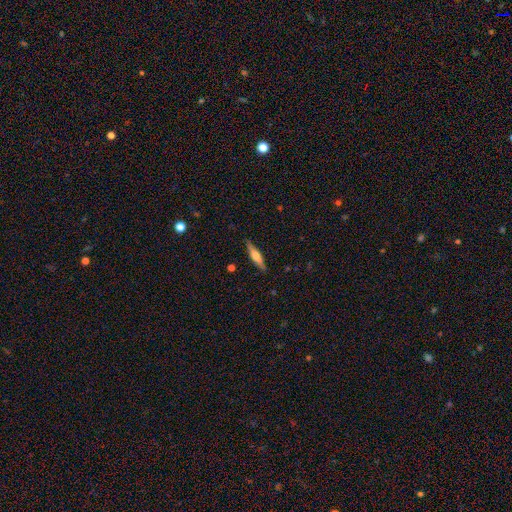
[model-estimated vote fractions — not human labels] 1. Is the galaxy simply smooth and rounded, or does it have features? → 52% featured or disk, 42% smooth, 6% star or artifact.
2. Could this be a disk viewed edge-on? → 95% yes, 5% no.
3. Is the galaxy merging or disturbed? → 88% none, 9% minor disturbance, 2% major disturbance, 1% merger.